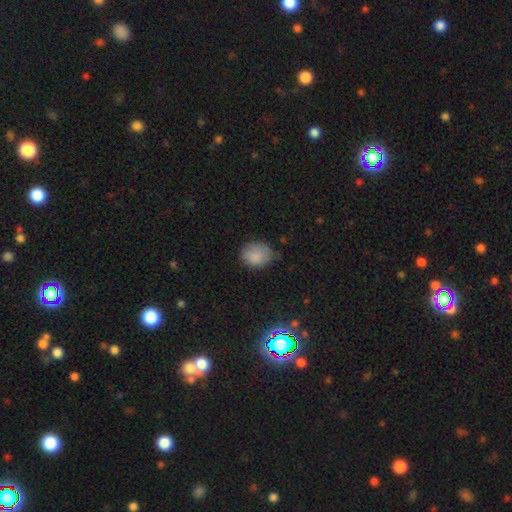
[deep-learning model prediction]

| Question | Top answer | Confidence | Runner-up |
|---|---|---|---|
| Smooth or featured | smooth | 85% | star or artifact (8%) |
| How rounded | round | 53% | in between (46%) |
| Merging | none | 63% | minor disturbance (29%) |